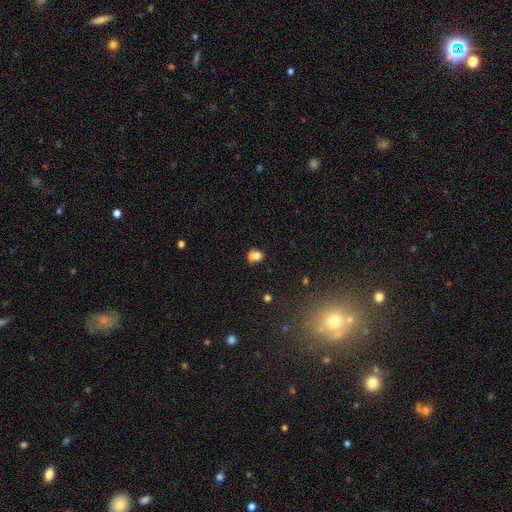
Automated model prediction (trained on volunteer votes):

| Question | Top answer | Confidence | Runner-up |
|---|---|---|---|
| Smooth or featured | smooth | 77% | star or artifact (12%) |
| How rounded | round | 55% | in between (43%) |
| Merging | none | 47% | minor disturbance (28%) |